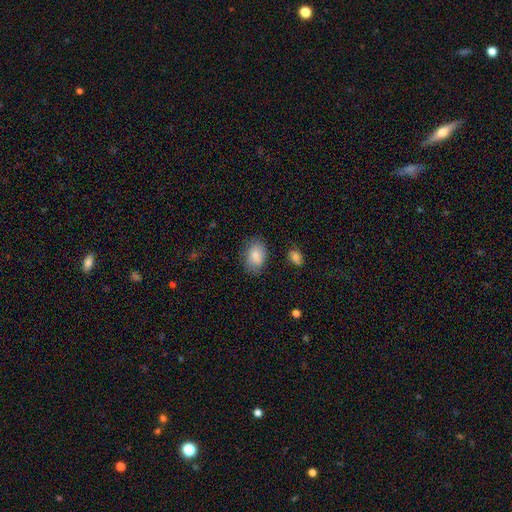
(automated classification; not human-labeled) smooth_or_featured: smooth (p=0.85) [alt: featured or disk p=0.08]
how_rounded: in between (p=0.82) [alt: round p=0.17]
merging: none (p=0.77) [alt: minor disturbance p=0.16]